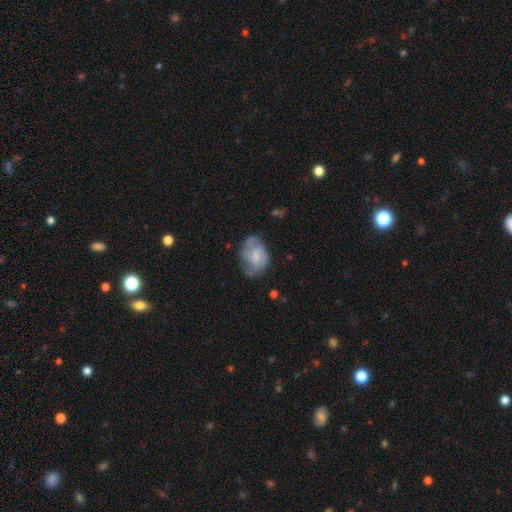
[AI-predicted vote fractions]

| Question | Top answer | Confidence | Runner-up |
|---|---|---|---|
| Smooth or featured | featured or disk | 60% | smooth (33%) |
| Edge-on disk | no | 97% | yes (3%) |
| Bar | no | 55% | weak (39%) |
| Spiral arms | yes | 79% | no (21%) |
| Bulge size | small | 48% | moderate (32%) |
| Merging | none | 54% | minor disturbance (29%) |